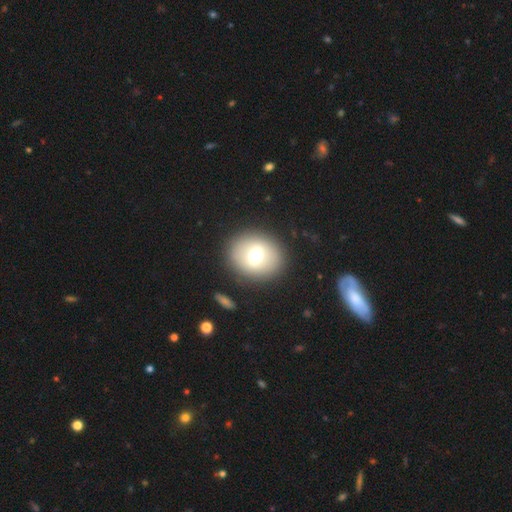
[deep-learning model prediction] smooth 53%, featured or disk 36%, star or artifact 11%. Down the decision tree: how rounded — round (68%); merging — none (84%).